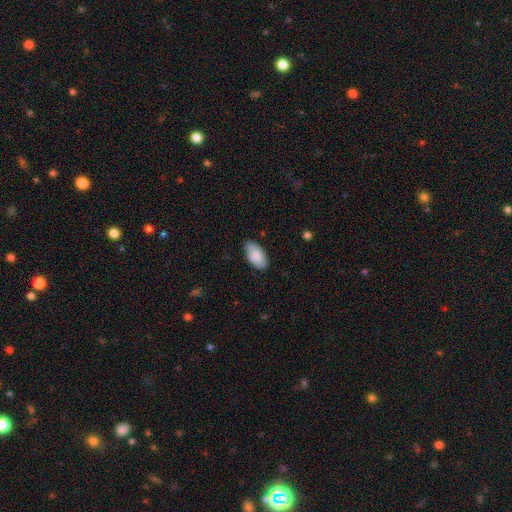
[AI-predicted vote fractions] Q: Smooth or featured?
A: smooth (87%); runner-up: featured or disk (7%)
Q: How rounded?
A: in between (95%); runner-up: round (3%)
Q: Merging?
A: none (79%); runner-up: minor disturbance (17%)